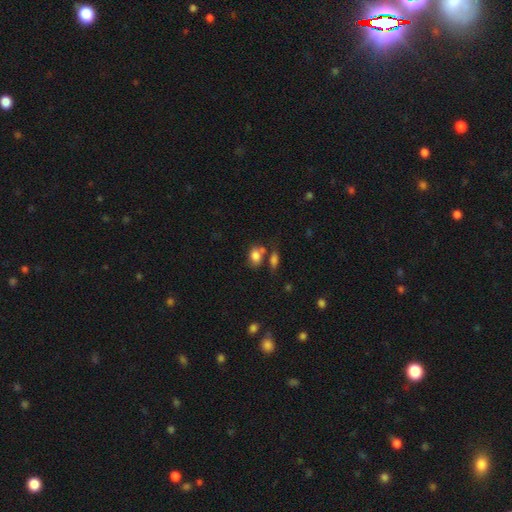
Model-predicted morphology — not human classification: type=smooth (81%); roundness=in between (77%); merging=none (49%).